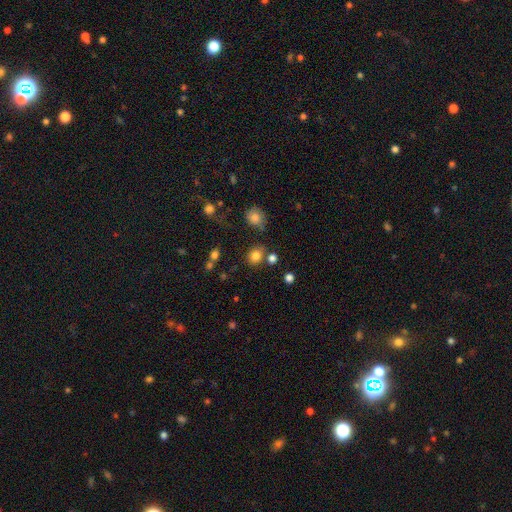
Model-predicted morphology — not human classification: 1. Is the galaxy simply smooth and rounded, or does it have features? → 81% smooth, 13% star or artifact, 6% featured or disk.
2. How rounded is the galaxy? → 70% round, 29% in between, 1% cigar-shaped.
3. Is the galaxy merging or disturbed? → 72% none, 12% minor disturbance, 11% merger, 5% major disturbance.